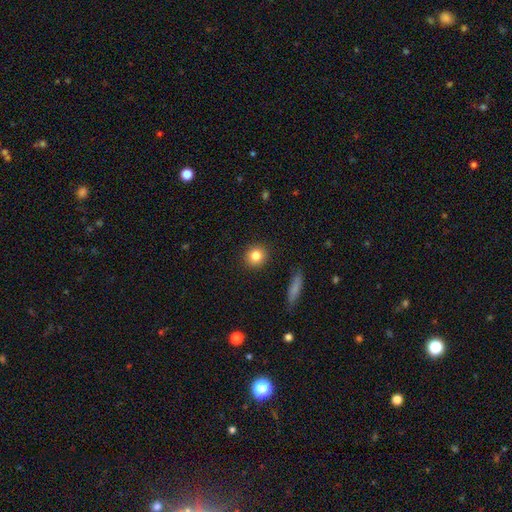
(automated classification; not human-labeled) Morphology: type=smooth (82%); roundness=round (88%); merging=none (91%).